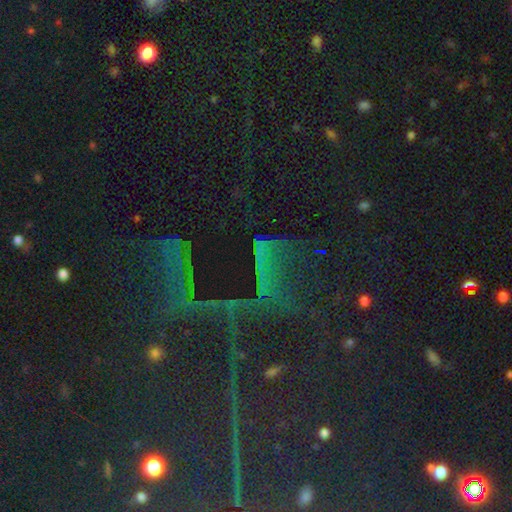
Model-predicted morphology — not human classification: type=star or artifact (73%).